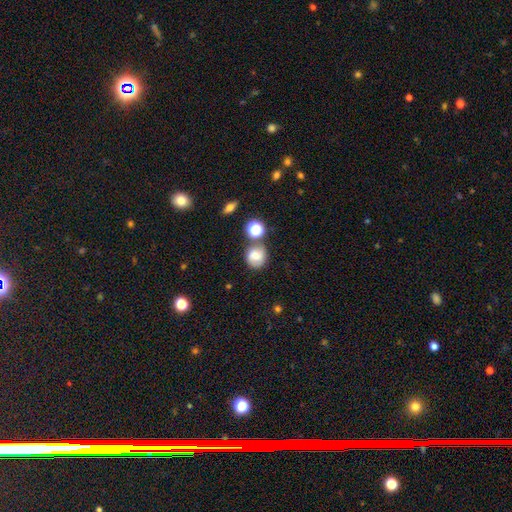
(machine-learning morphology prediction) This appears to be a smooth galaxy with no disk features (70%) that is round (80%). Merging: none (66%).